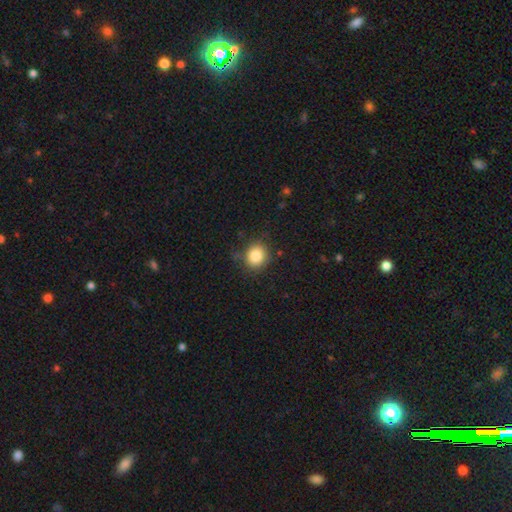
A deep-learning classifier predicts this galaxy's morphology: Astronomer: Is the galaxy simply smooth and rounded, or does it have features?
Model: smooth — 85%.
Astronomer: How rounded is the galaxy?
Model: round — 79%.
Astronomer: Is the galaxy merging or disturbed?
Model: none — 82%.